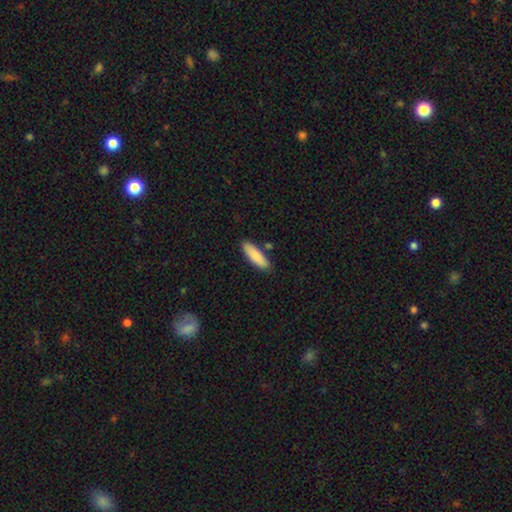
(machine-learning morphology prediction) A smooth galaxy with no disk features (84%) that is cigar-shaped (52%).

Vote fractions:
- Smooth or featured? smooth: 84% / featured or disk: 10% / star or artifact: 6%
- How rounded? cigar-shaped: 52% / in between: 46% / round: 2%
- Merging? none: 83% / minor disturbance: 10% / merger: 4% / major disturbance: 2%